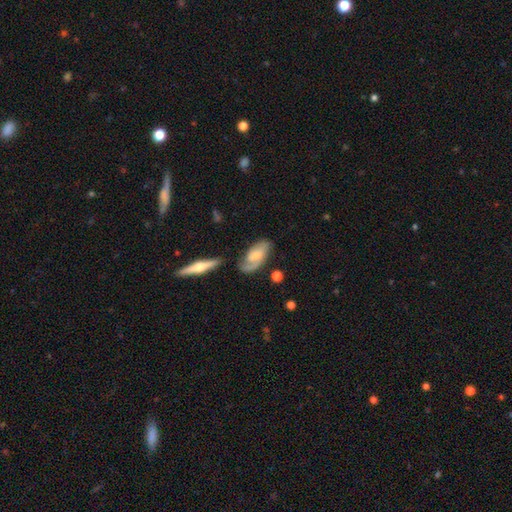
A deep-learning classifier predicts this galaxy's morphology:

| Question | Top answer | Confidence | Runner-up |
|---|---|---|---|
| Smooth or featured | featured or disk | 64% | smooth (31%) |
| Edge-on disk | no | 89% | yes (11%) |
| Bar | no | 62% | weak (32%) |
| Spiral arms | yes | 88% | no (12%) |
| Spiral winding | medium | 41% | tight (40%) |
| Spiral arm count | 2 | 52% | 1 (28%) |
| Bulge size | small | 47% | moderate (37%) |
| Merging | none | 57% | minor disturbance (25%) |